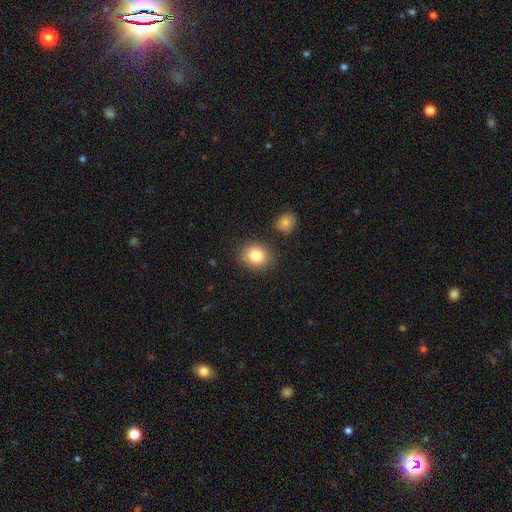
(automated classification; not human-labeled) This is clearly a smooth galaxy (81%). How rounded: likely round (70%). Merging: clearly none (84%).